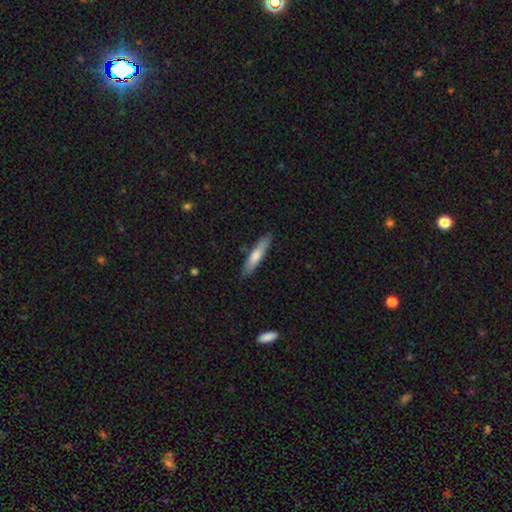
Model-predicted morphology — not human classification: type=smooth (59%); roundness=cigar-shaped (88%); merging=none (87%).